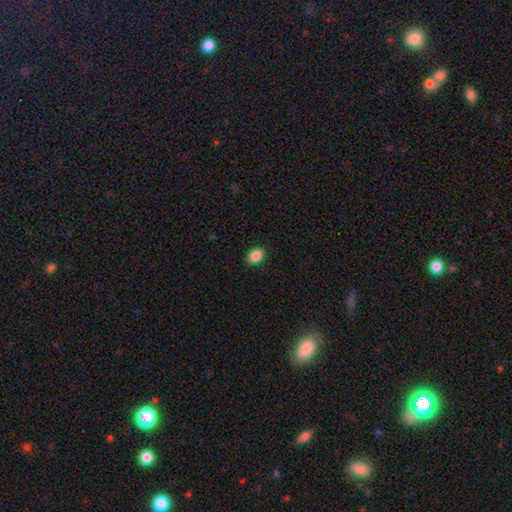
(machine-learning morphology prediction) The model was most divided on "how rounded": in between: 74%, round: 25%, cigar-shaped: 1%. More confident: merging — none (90%); smooth or featured — smooth (89%).